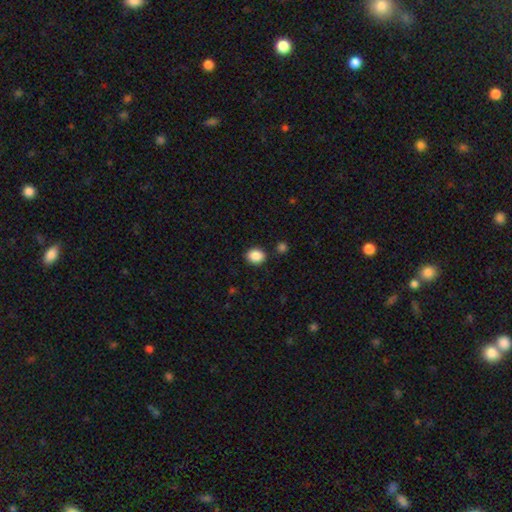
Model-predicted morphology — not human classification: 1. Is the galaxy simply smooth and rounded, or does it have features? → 88% smooth, 9% star or artifact, 3% featured or disk.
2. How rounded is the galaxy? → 54% round, 45% in between, 1% cigar-shaped.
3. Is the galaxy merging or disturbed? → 86% none, 8% minor disturbance, 3% merger, 2% major disturbance.